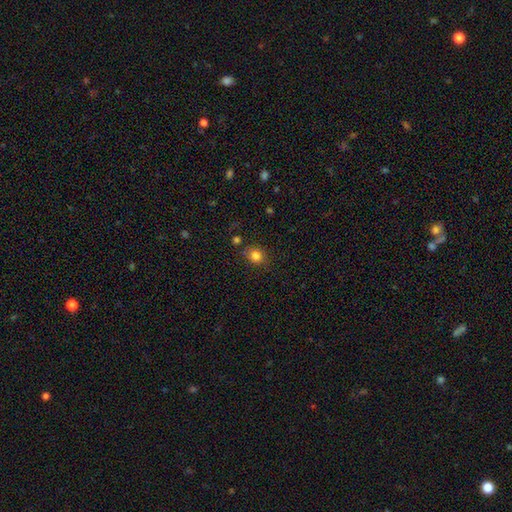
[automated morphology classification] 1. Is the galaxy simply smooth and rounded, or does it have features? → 82% smooth, 12% star or artifact, 6% featured or disk.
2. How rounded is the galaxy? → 73% round, 26% in between, 1% cigar-shaped.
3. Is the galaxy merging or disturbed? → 78% none, 13% minor disturbance, 5% merger, 4% major disturbance.